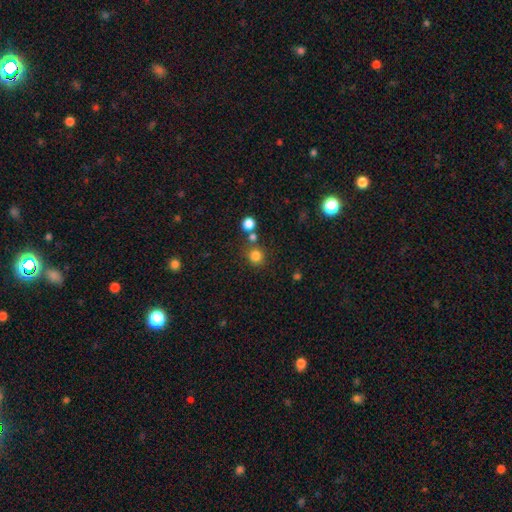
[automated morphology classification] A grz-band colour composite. It shows a smooth galaxy with no disk features (81%) that is round (90%). Merging: none (76%).